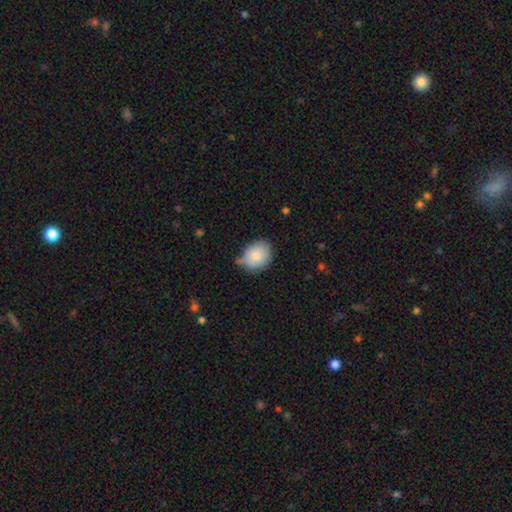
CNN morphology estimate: smooth_or_featured: smooth (p=0.84) [alt: featured or disk p=0.09]
how_rounded: in between (p=0.54) [alt: round p=0.45]
merging: none (p=0.60) [alt: minor disturbance p=0.30]